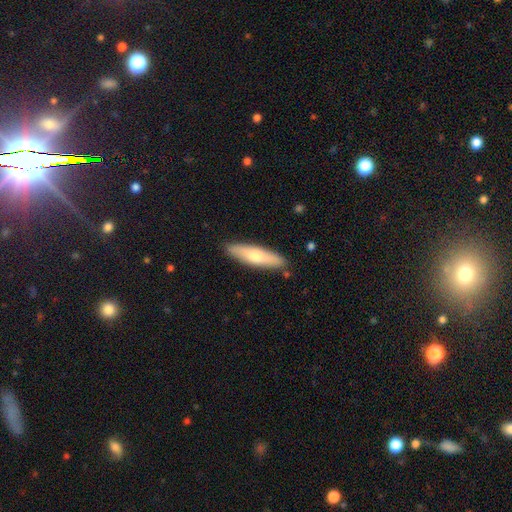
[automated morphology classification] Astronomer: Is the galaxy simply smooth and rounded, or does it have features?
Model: smooth — 63%.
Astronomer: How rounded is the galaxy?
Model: cigar-shaped — 72%.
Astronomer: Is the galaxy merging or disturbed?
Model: none — 88%.